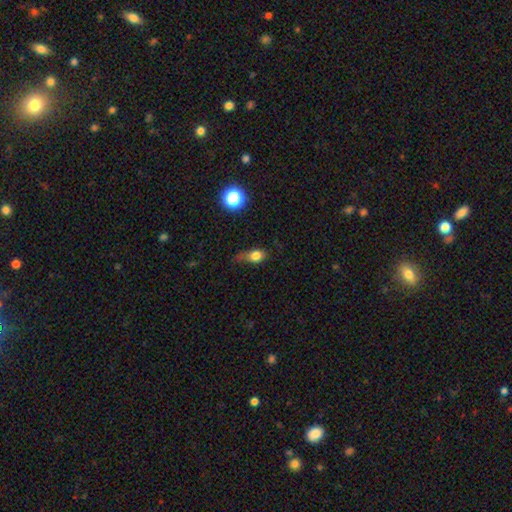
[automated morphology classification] A smooth galaxy with no disk features (75%) that is in between round and cigar-shaped (60%).

Vote fractions:
- Smooth or featured? smooth: 75% / featured or disk: 13% / star or artifact: 12%
- How rounded? in between: 60% / round: 34% / cigar-shaped: 6%
- Merging? minor disturbance: 35% / none: 34% / major disturbance: 27% / merger: 4%